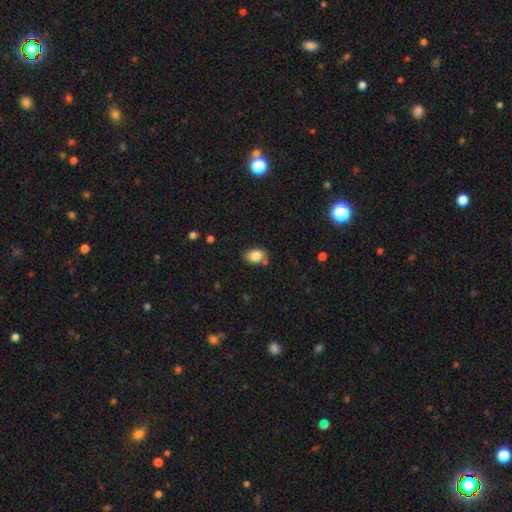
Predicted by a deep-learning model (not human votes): Smooth or featured: smooth — 84% (star or artifact — 9%)
How rounded: in between — 74% (round — 25%)
Merging: none — 71% (minor disturbance — 19%)